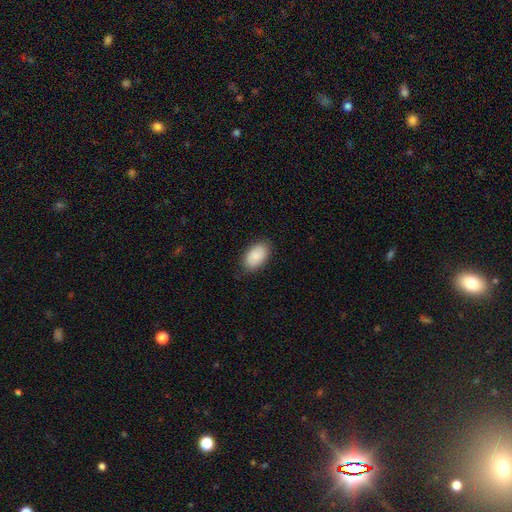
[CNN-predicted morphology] Smooth or featured? smooth (87%)
How rounded? in between (93%)
Merging? none (84%)